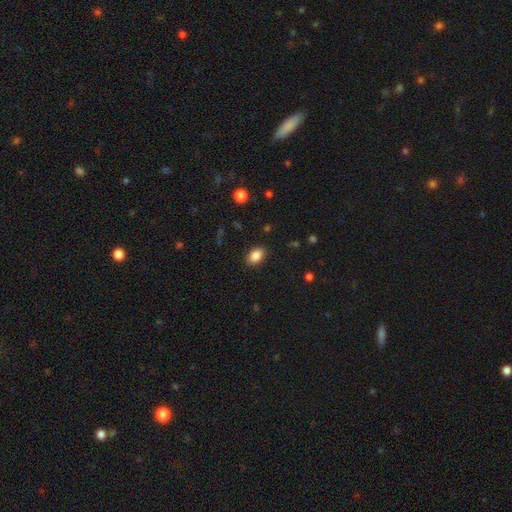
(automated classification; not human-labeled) Overall: smooth (86%). How rounded: in between (84%). Merging: none (88%).